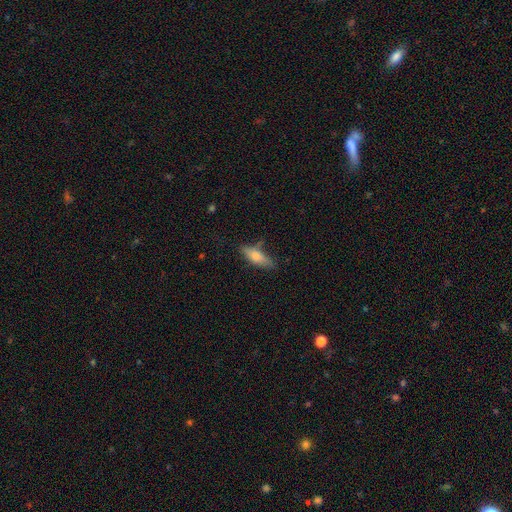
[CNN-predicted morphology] This appears to be a smooth galaxy with no disk features (60%) that is cigar-shaped (49%). Merging: none (70%).